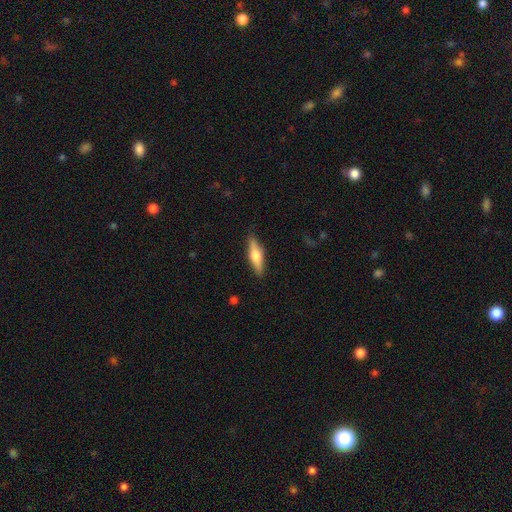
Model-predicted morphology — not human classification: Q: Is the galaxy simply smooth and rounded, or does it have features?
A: smooth — 48%.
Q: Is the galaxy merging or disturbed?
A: none — 88%.